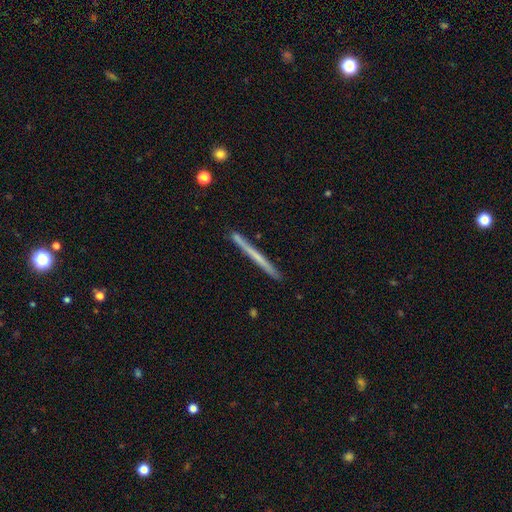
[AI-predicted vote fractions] A featured or disk galaxy (48%). Merging: none (91%).